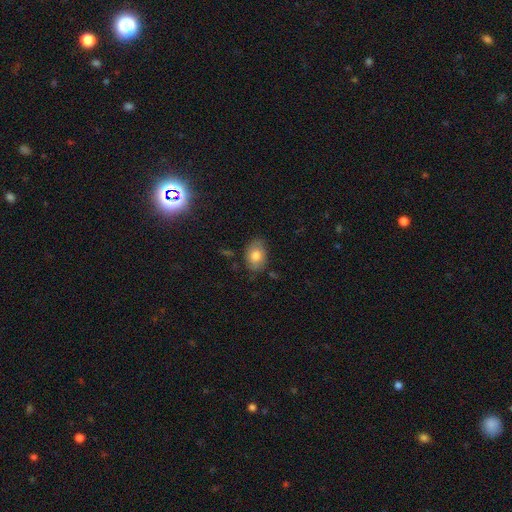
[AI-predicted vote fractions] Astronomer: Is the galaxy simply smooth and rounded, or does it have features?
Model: smooth — 77%.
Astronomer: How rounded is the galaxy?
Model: in between — 82%.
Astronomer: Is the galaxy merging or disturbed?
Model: none — 77%.